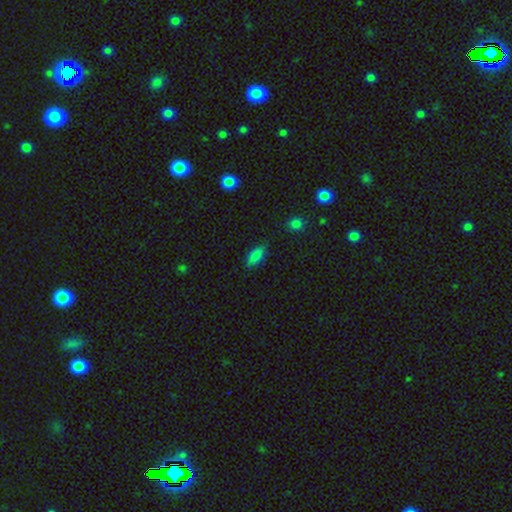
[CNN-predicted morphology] This appears to be a smooth galaxy with no disk features (84%) that is in between round and cigar-shaped (84%). Merging: none (80%).